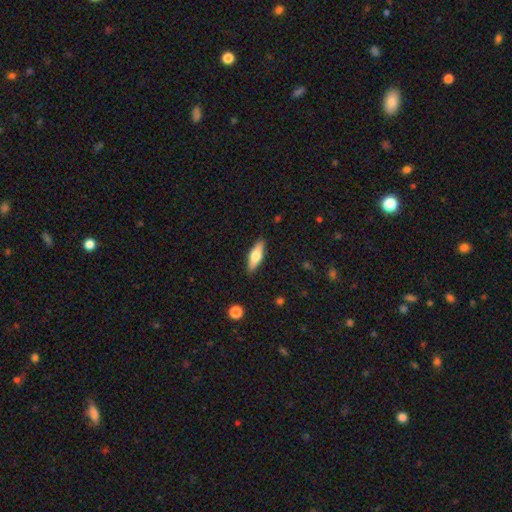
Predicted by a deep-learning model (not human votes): This is possibly a smooth galaxy (58%). How rounded: possibly in between (55%). Merging: clearly none (88%).